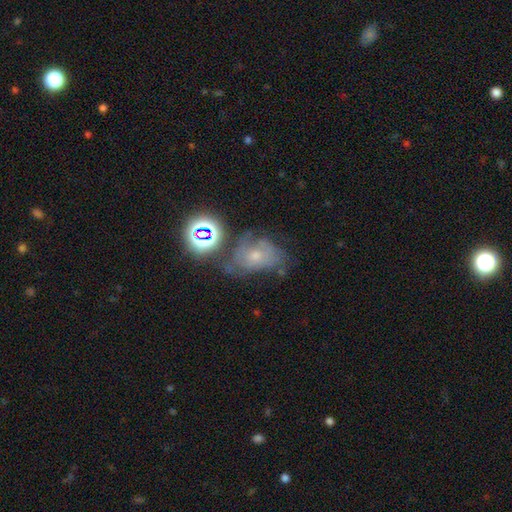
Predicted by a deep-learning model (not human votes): Smooth or featured?
  - featured or disk: 40% *
  - smooth: 30%
  - star or artifact: 30%
Merging?
  - none: 43% *
  - minor disturbance: 27%
  - major disturbance: 19%
  - merger: 11%